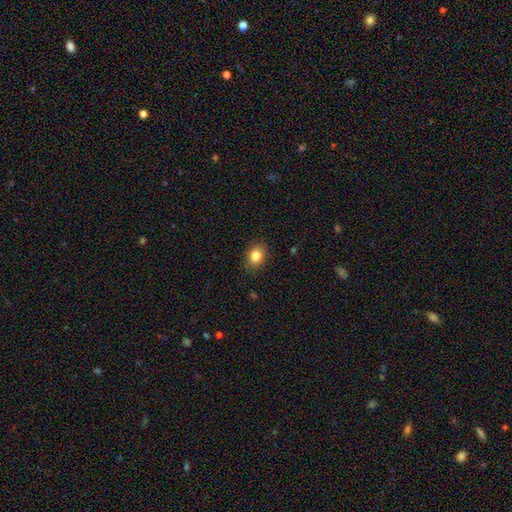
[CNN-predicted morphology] The model was most divided on "how rounded": in between: 50%, round: 49%, cigar-shaped: 1%. More confident: merging — none (87%); smooth or featured — smooth (84%).